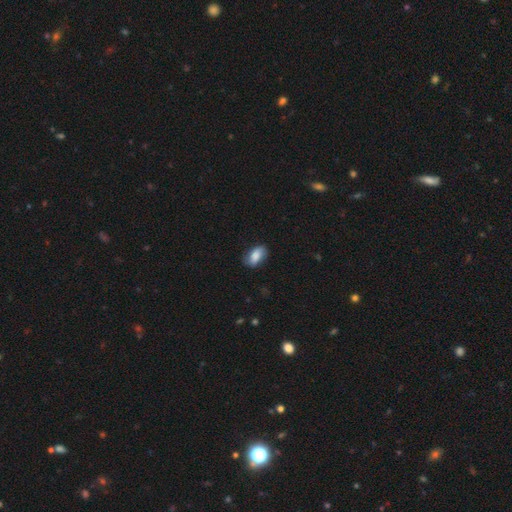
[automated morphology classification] Smooth or featured?
  - smooth: 79% *
  - featured or disk: 14%
  - star or artifact: 7%
How rounded?
  - in between: 91% *
  - round: 6%
  - cigar-shaped: 3%
Merging?
  - none: 76% *
  - minor disturbance: 19%
  - major disturbance: 4%
  - merger: 1%